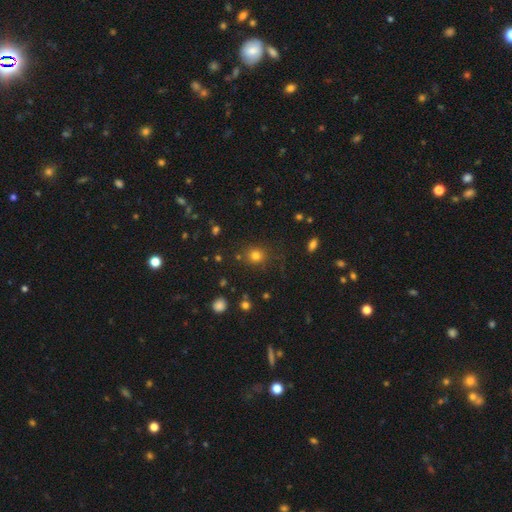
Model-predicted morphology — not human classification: Q: Smooth or featured?
A: smooth (77%); runner-up: star or artifact (16%)
Q: How rounded?
A: round (86%); runner-up: in between (13%)
Q: Merging?
A: none (83%); runner-up: minor disturbance (10%)